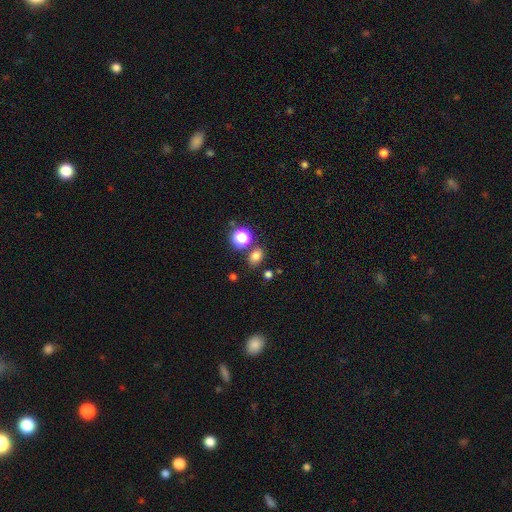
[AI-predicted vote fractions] This appears to be a smooth galaxy with no disk features (76%) that is in between round and cigar-shaped (60%). Merging: none (76%).